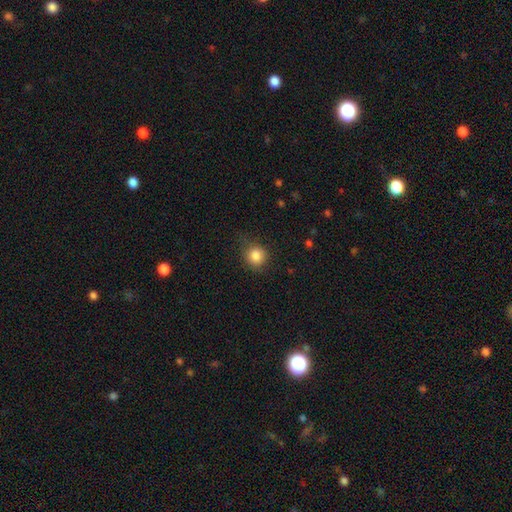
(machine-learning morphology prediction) The model was most divided on "merging": none: 77%, minor disturbance: 17%, major disturbance: 5%, merger: 1%. More confident: how rounded — round (87%); smooth or featured — smooth (84%).